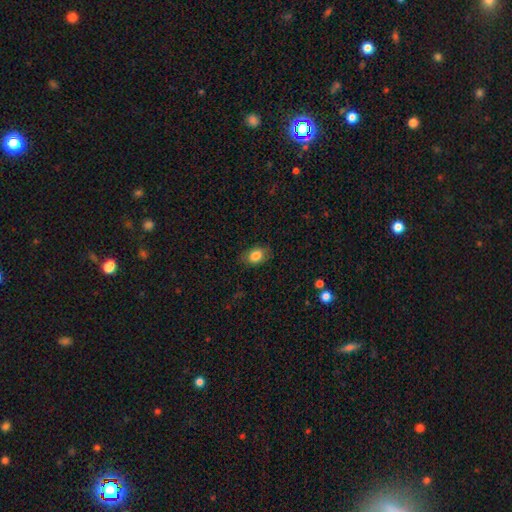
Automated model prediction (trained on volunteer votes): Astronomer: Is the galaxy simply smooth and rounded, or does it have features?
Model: smooth — 83%.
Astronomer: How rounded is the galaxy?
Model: in between — 80%.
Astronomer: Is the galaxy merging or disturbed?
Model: none — 83%.